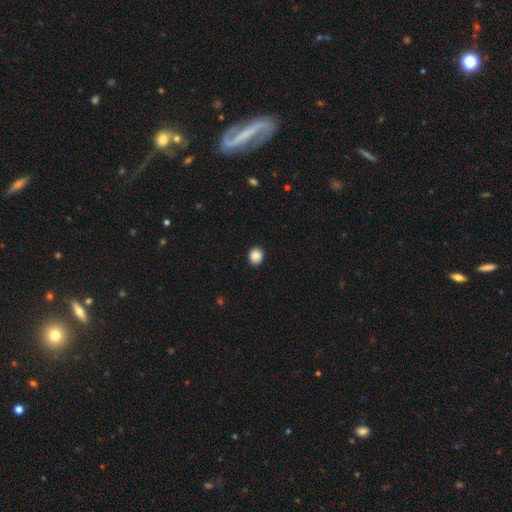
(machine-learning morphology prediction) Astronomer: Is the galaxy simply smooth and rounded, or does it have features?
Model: smooth — 88%.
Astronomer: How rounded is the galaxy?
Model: round — 76%.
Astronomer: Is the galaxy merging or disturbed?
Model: none — 91%.